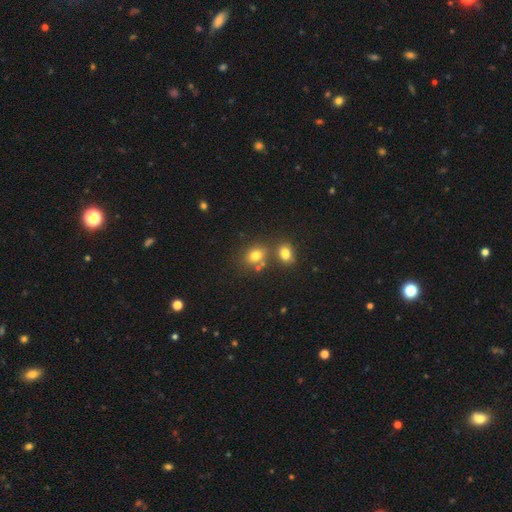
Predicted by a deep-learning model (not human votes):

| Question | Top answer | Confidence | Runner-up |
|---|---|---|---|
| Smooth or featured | smooth | 77% | star or artifact (14%) |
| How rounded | in between | 52% | round (47%) |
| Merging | none | 56% | merger (28%) |